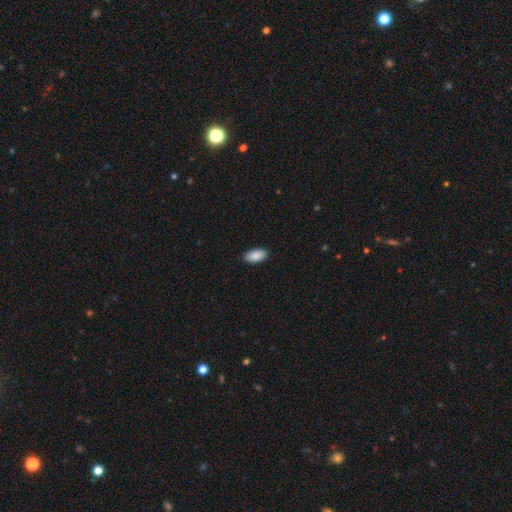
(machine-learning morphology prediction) smooth-or-featured: smooth: 89% | star or artifact: 6% | featured or disk: 4%
  how-rounded: in between: 94% | cigar-shaped: 4% | round: 2%
  merging: none: 89% | minor disturbance: 8% | major disturbance: 2% | merger: 1%